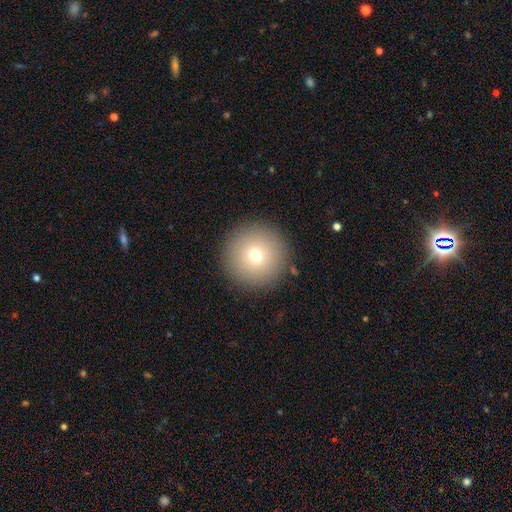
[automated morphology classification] This is likely a smooth galaxy (73%). How rounded: clearly round (97%). Merging: clearly none (91%).